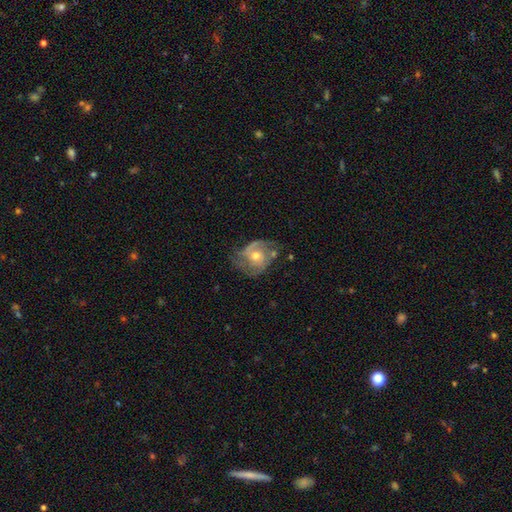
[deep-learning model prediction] featured or disk 79%, smooth 15%, star or artifact 7%. Down the decision tree: edge-on disk — no (97%); bar — no (68%); spiral arms — yes (91%); spiral arm count — 2 (65%); spiral winding — medium (45%); bulge size — moderate (69%); merging — none (58%).